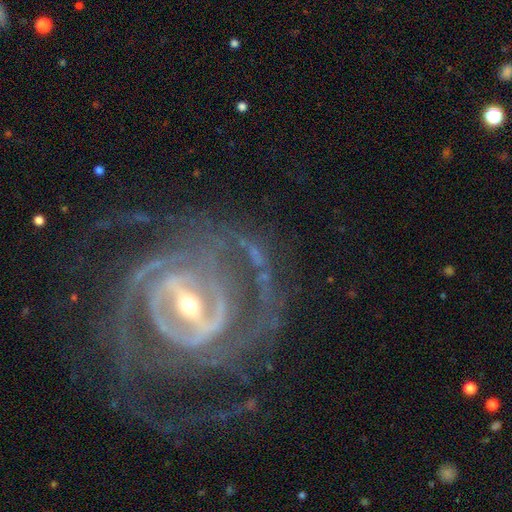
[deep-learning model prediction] Smooth or featured: featured or disk — 90% (star or artifact — 6%)
Edge-on disk: no — 95% (yes — 5%)
Bar: strong — 74% (weak — 19%)
Spiral arms: yes — 94% (no — 6%)
Spiral winding: tight — 57% (medium — 34%)
Spiral arm count: 2 — 31% (can't tell — 22%)
Bulge size: small — 62% (moderate — 33%)
Merging: none — 59% (major disturbance — 23%)